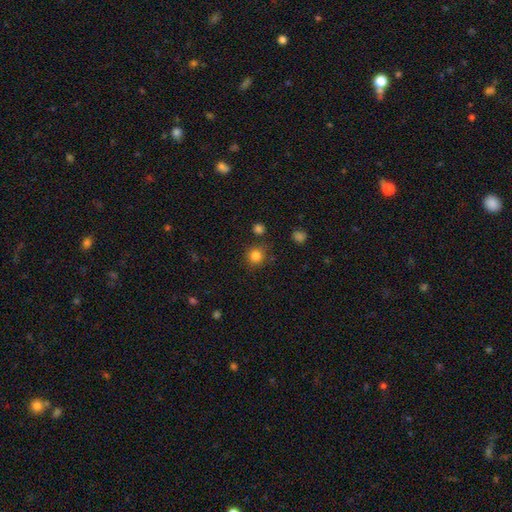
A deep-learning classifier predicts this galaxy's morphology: A smooth galaxy with no disk features (83%) that is round (91%). Merging: none (80%).